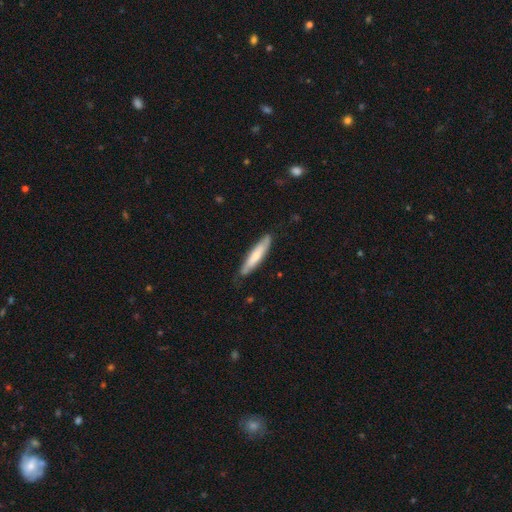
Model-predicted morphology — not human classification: A smooth galaxy with no disk features (62%) that is cigar-shaped (86%).

Vote fractions:
- Smooth or featured? smooth: 62% / featured or disk: 33% / star or artifact: 5%
- How rounded? cigar-shaped: 86% / in between: 13% / round: 1%
- Merging? none: 80% / minor disturbance: 17% / major disturbance: 2% / merger: 1%